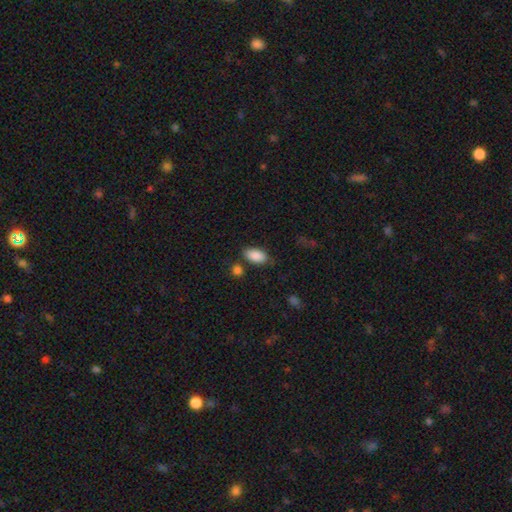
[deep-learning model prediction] Smooth or featured: smooth — 89% (star or artifact — 7%)
How rounded: in between — 94% (round — 4%)
Merging: none — 75% (minor disturbance — 13%)